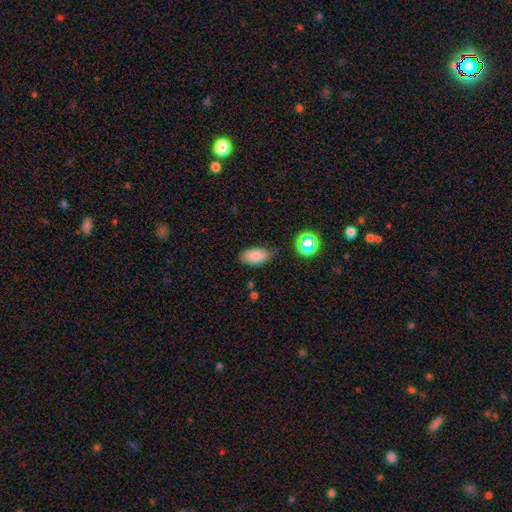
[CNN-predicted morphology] This is clearly a smooth galaxy (83%). How rounded: clearly in between (93%). Merging: likely none (76%).